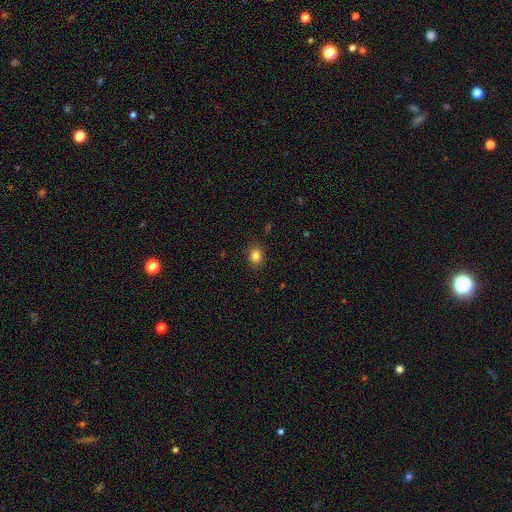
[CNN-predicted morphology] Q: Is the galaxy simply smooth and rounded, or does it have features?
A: smooth — 83%.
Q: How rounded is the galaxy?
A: in between — 59%.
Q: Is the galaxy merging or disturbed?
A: none — 86%.